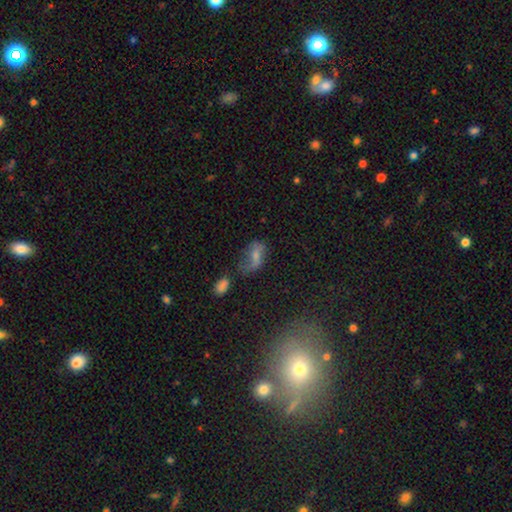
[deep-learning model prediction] Smooth or featured? Predicted: smooth (p=0.50). How rounded? Predicted: in between (p=0.87). Merging? Predicted: none (p=0.38).